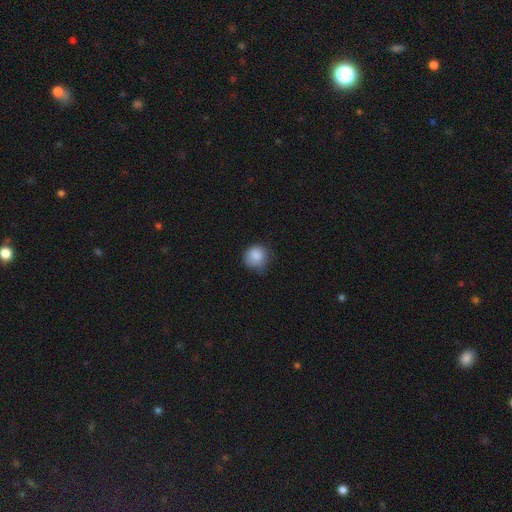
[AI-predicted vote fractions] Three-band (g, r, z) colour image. It shows a smooth galaxy with no disk features (86%) that is round (86%). Merging: none (67%).